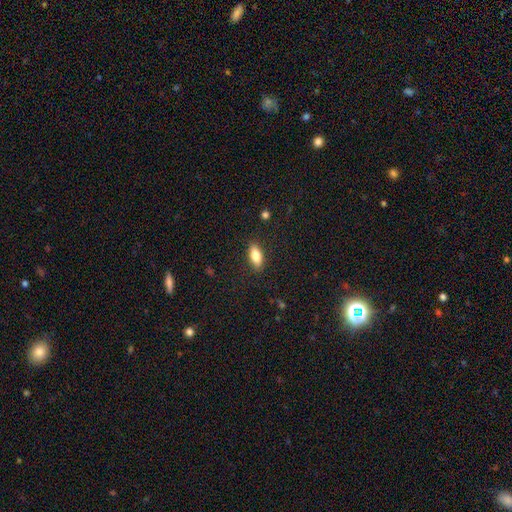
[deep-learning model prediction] Smooth or featured? smooth (80%)
How rounded? in between (82%)
Merging? none (87%)